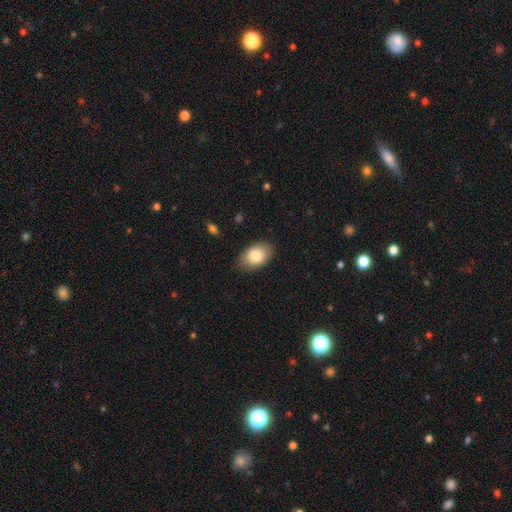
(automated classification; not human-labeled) Smooth or featured?
  - smooth: 83% *
  - featured or disk: 11%
  - star or artifact: 7%
How rounded?
  - in between: 88% *
  - round: 11%
  - cigar-shaped: 1%
Merging?
  - none: 81% *
  - minor disturbance: 15%
  - major disturbance: 3%
  - merger: 1%